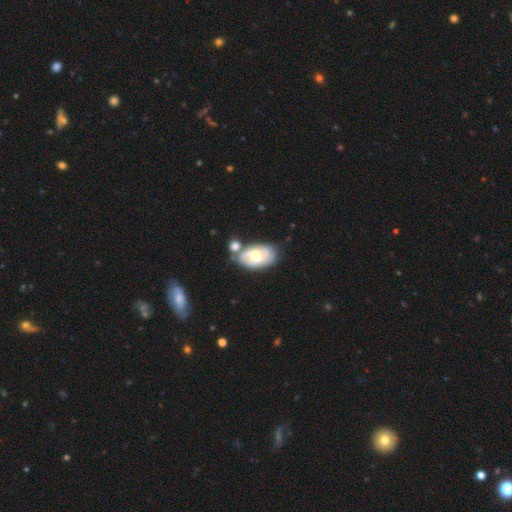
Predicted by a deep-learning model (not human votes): smooth_or_featured: featured or disk (p=0.73) [alt: smooth p=0.21]
disk_edge_on: no (p=0.95) [alt: yes p=0.05]
bar: no (p=0.57) [alt: weak p=0.34]
has_spiral_arms: yes (p=0.83) [alt: no p=0.17]
spiral_winding: tight (p=0.51) [alt: medium p=0.36]
spiral_arm_count: 2 (p=0.63) [alt: can't tell p=0.21]
bulge_size: moderate (p=0.70) [alt: large p=0.21]
merging: none (p=0.53) [alt: merger p=0.23]